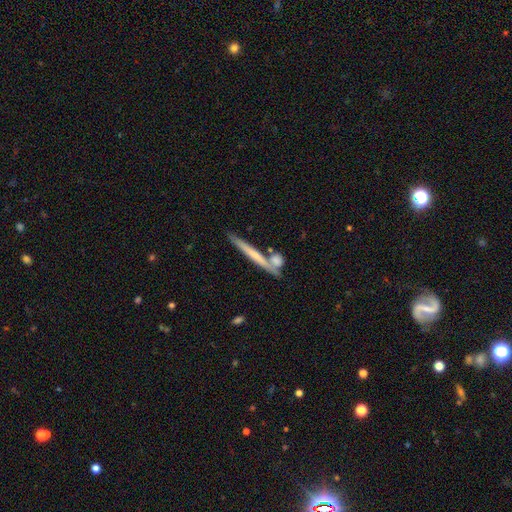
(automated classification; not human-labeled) Q: Smooth or featured?
A: featured or disk (48%); runner-up: smooth (46%)
Q: Merging?
A: none (69%); runner-up: merger (18%)